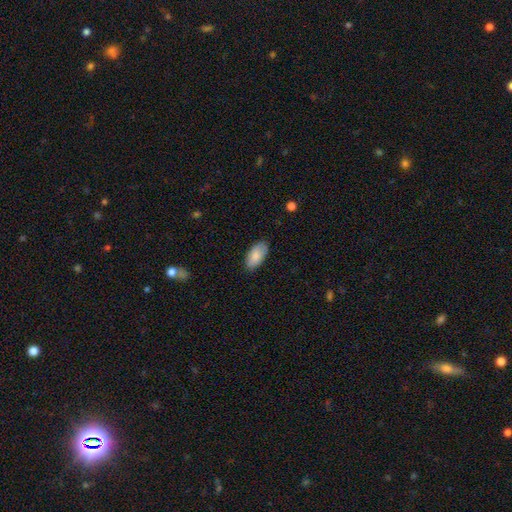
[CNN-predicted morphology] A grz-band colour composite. It shows a smooth galaxy with no disk features (85%) that is in between round and cigar-shaped (94%). Merging: none (84%).